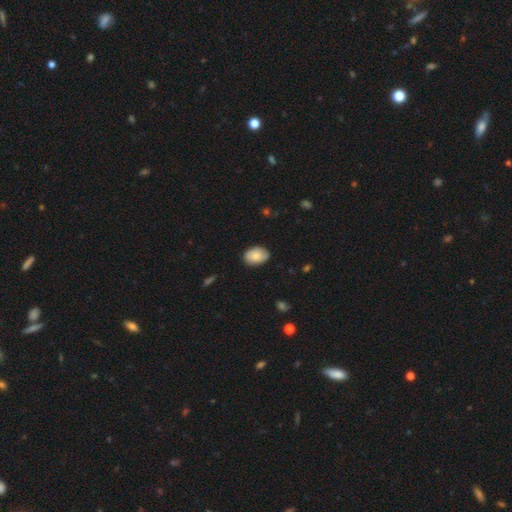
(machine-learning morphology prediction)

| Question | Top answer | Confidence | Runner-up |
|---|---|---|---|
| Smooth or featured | smooth | 82% | featured or disk (11%) |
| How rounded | in between | 82% | round (17%) |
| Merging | none | 80% | minor disturbance (16%) |